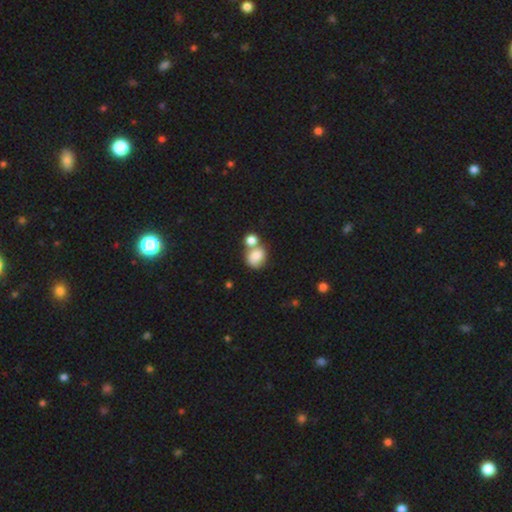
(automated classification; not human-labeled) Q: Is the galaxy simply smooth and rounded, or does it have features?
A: smooth — 74%.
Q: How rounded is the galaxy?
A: round — 64%.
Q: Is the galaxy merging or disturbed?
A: merger — 51%.